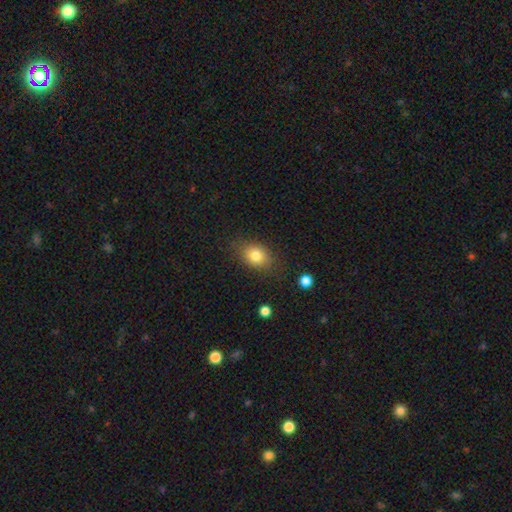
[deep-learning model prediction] Smooth or featured? smooth (80%)
How rounded? in between (65%)
Merging? none (77%)